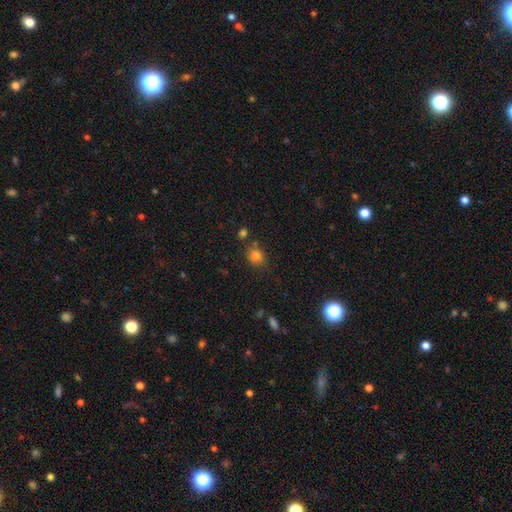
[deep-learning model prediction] Smooth or featured?
  - smooth: 80% *
  - star or artifact: 13%
  - featured or disk: 7%
How rounded?
  - round: 72% *
  - in between: 27%
  - cigar-shaped: 1%
Merging?
  - none: 70% *
  - minor disturbance: 15%
  - merger: 10%
  - major disturbance: 4%